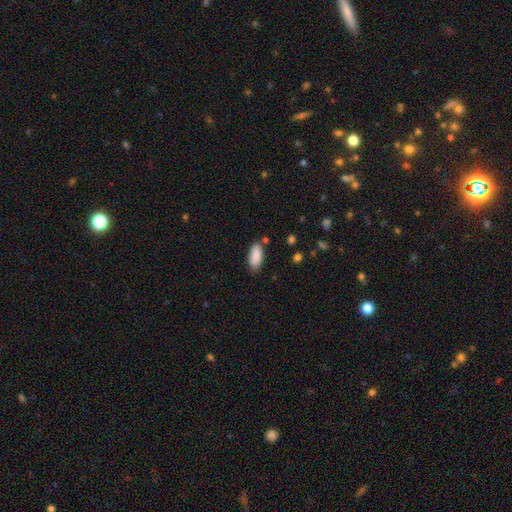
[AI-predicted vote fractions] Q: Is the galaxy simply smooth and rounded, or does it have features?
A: smooth — 89%.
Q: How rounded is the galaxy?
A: in between — 89%.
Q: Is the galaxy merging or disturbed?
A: none — 80%.